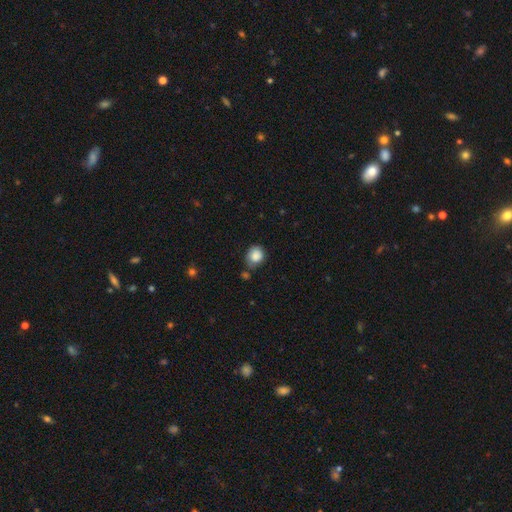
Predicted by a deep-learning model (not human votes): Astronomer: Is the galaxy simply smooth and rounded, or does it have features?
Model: smooth — 86%.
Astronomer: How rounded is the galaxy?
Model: round — 72%.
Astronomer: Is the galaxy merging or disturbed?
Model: none — 62%.